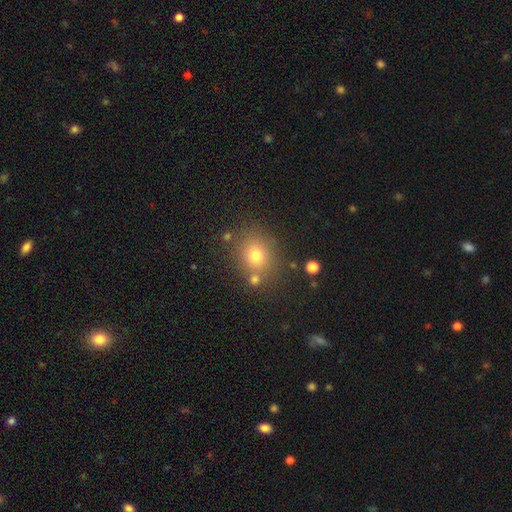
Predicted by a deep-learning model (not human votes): A smooth galaxy with no disk features (73%) that is round (69%).

Vote fractions:
- Smooth or featured? smooth: 73% / star or artifact: 16% / featured or disk: 11%
- How rounded? round: 69% / in between: 30% / cigar-shaped: 1%
- Merging? none: 75% / minor disturbance: 11% / merger: 10% / major disturbance: 4%